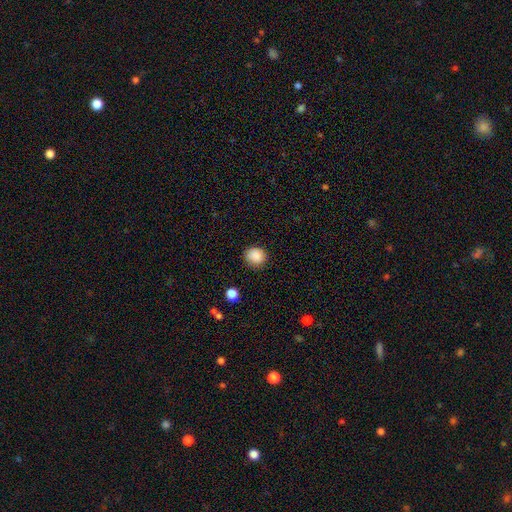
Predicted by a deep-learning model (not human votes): The model was most divided on "how rounded": round: 84%, in between: 15%, cigar-shaped: 1%. More confident: smooth or featured — smooth (88%); merging — none (87%).